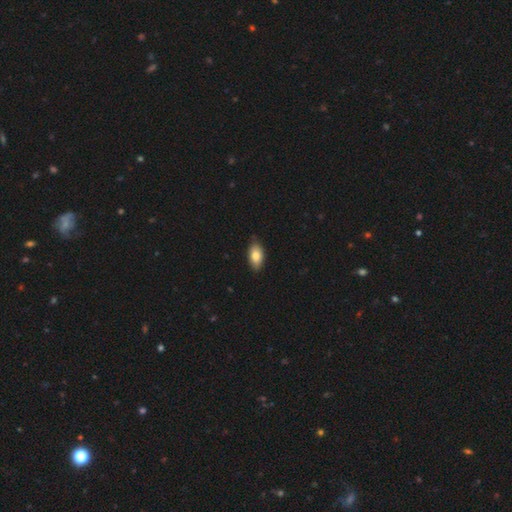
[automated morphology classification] Smooth or featured? smooth (81%)
How rounded? in between (93%)
Merging? none (85%)